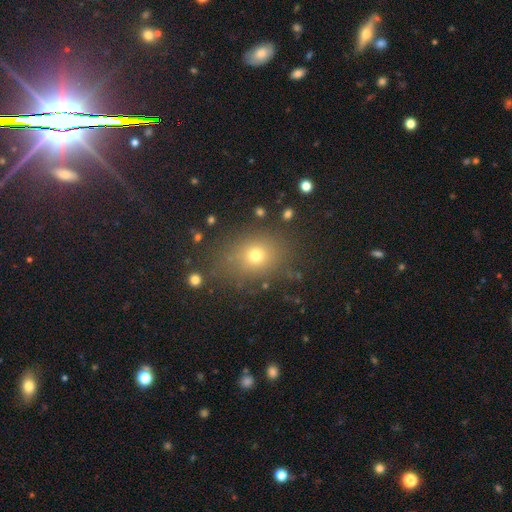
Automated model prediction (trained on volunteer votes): The model was most divided on "how rounded": round: 61%, in between: 38%, cigar-shaped: 1%. More confident: merging — none (81%); smooth or featured — smooth (70%).